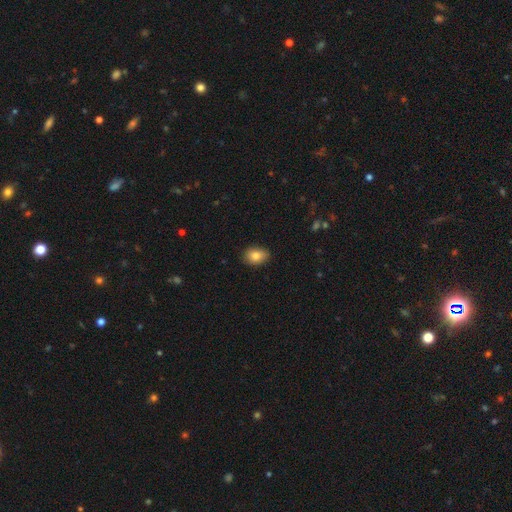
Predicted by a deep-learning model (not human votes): Smooth or featured: smooth — 84% (star or artifact — 8%)
How rounded: in between — 77% (round — 22%)
Merging: none — 82% (minor disturbance — 15%)